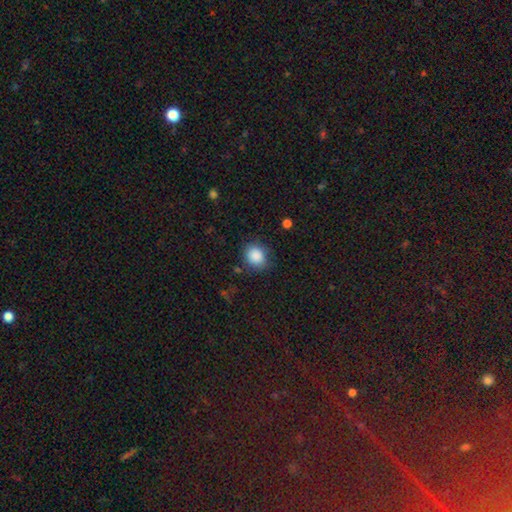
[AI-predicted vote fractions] A smooth galaxy with no disk features (88%) that is round (75%).

Vote fractions:
- Smooth or featured? smooth: 88% / star or artifact: 9% / featured or disk: 4%
- How rounded? round: 75% / in between: 24% / cigar-shaped: 1%
- Merging? none: 80% / minor disturbance: 14% / major disturbance: 4% / merger: 2%